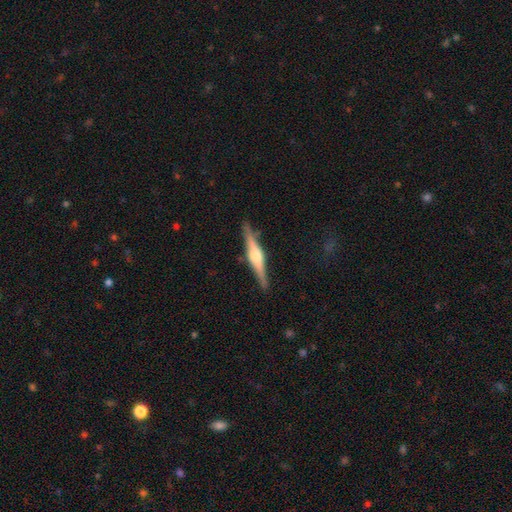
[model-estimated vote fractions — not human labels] A featured or disk galaxy (76%) viewed edge-on (98%) with a rounded central bulge (86%). Merging: none (89%).